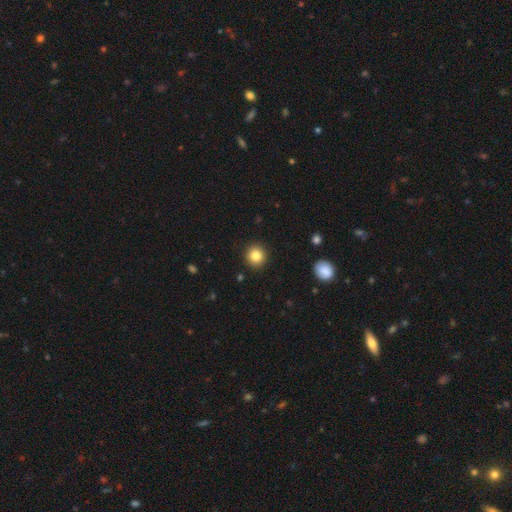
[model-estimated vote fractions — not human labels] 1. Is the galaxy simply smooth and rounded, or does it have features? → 84% smooth, 10% star or artifact, 6% featured or disk.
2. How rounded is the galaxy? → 92% round, 7% in between, 1% cigar-shaped.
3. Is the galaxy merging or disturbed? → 92% none, 5% minor disturbance, 2% major disturbance, 1% merger.